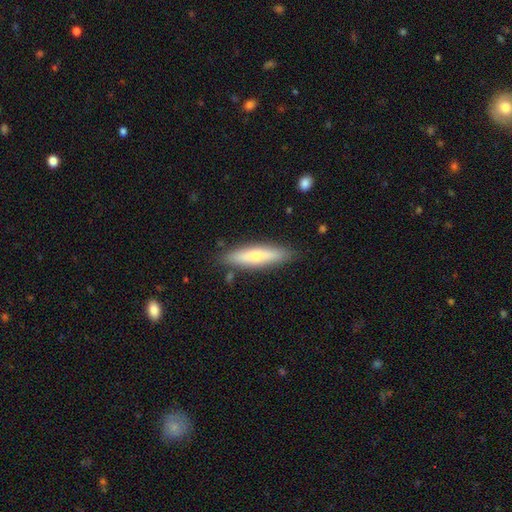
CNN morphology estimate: type=smooth (54%); roundness=cigar-shaped (83%); merging=none (87%).